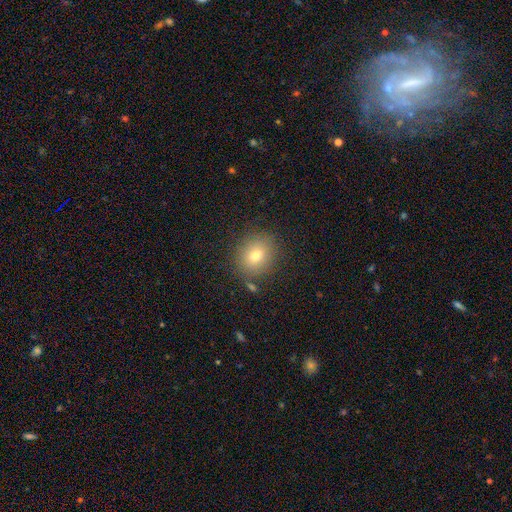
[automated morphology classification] A smooth galaxy with no disk features (74%) that is round (70%). Merging: none (83%).